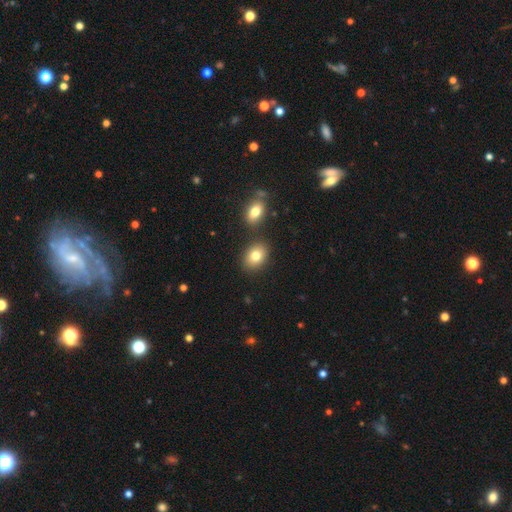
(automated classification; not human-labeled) The model was most divided on "how rounded": in between: 73%, round: 26%, cigar-shaped: 1%. More confident: smooth or featured — smooth (80%); merging — none (77%).